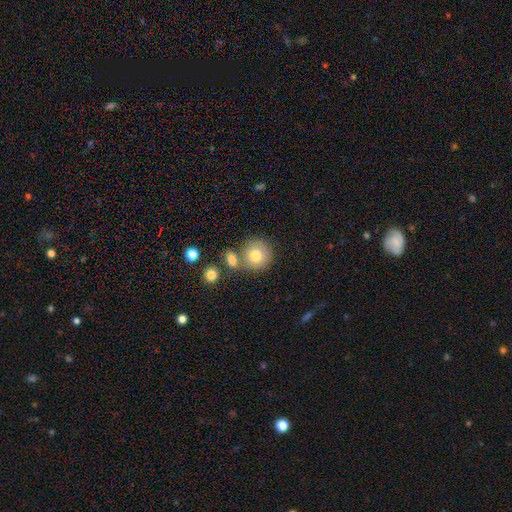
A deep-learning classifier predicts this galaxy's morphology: This is likely a smooth galaxy (78%). How rounded: clearly round (90%). Merging: likely none (62%).